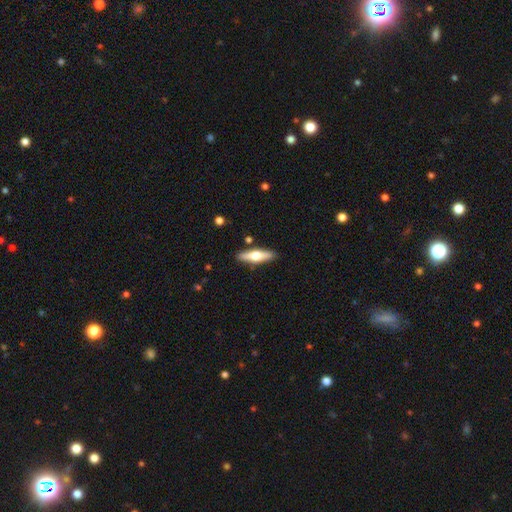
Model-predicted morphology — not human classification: A featured or disk galaxy (49%).

Vote fractions:
- Smooth or featured? featured or disk: 49% / smooth: 45% / star or artifact: 5%
- Merging? none: 88% / minor disturbance: 8% / merger: 2% / major disturbance: 2%